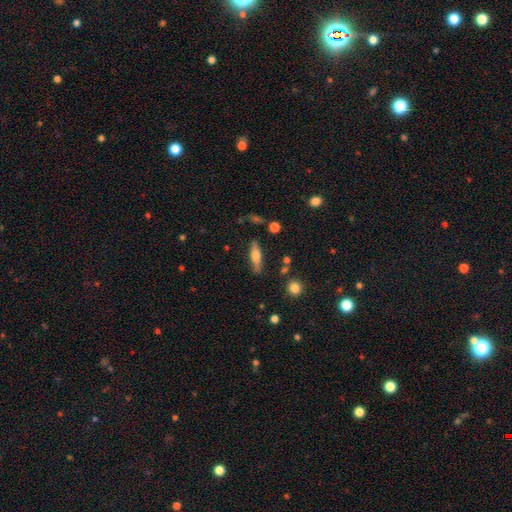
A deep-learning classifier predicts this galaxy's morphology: Q: Smooth or featured?
A: smooth (54%); runner-up: featured or disk (39%)
Q: How rounded?
A: cigar-shaped (65%); runner-up: in between (32%)
Q: Merging?
A: none (81%); runner-up: minor disturbance (13%)